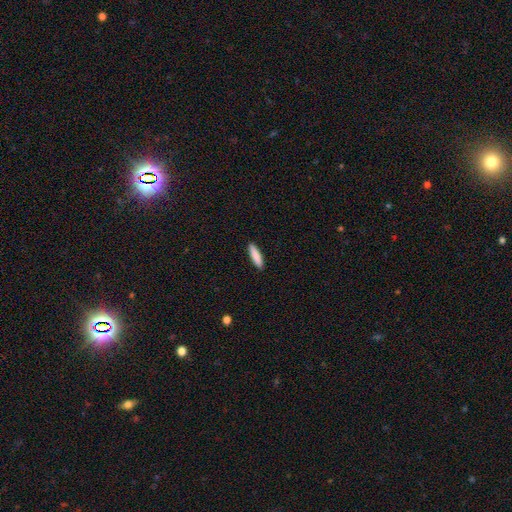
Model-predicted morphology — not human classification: type=smooth (86%); roundness=cigar-shaped (81%); merging=none (90%).